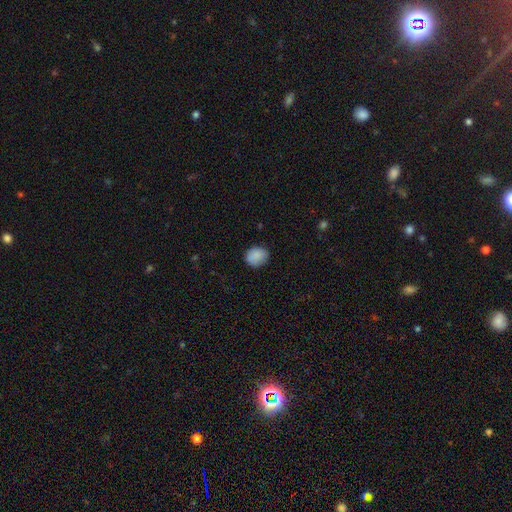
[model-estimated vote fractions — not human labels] smooth 88%, star or artifact 8%, featured or disk 4%. Down the decision tree: how rounded — round (58%); merging — none (82%).